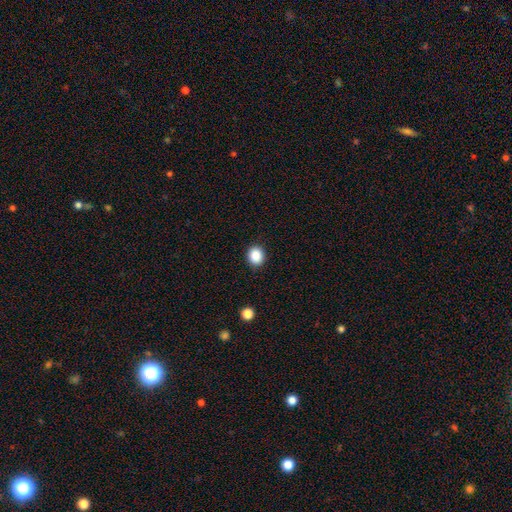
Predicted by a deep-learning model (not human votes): Morphology: type=smooth (87%); roundness=round (74%); merging=none (90%).